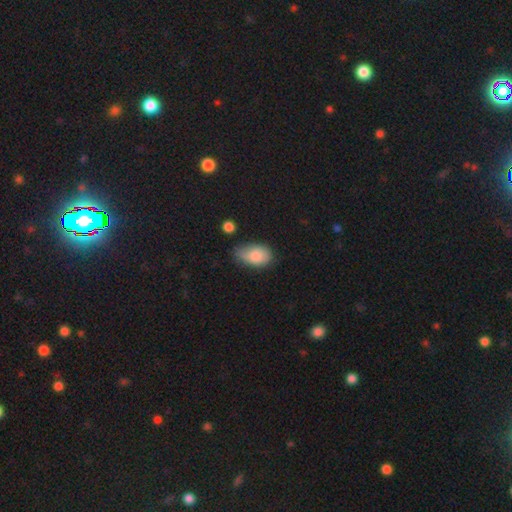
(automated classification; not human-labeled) Smooth or featured? smooth (83%)
How rounded? in between (89%)
Merging? none (47%)